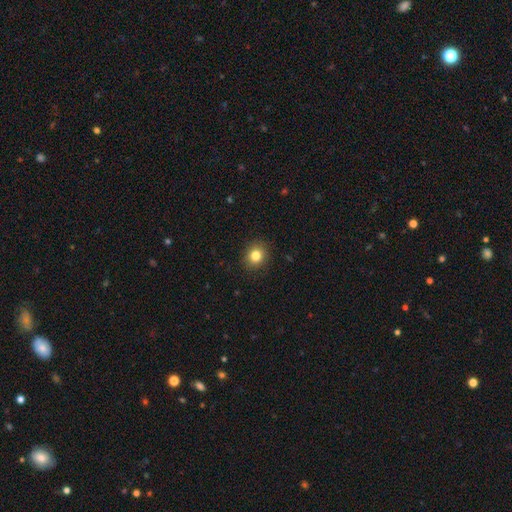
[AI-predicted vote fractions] Morphology: type=smooth (82%); roundness=round (77%); merging=none (90%).